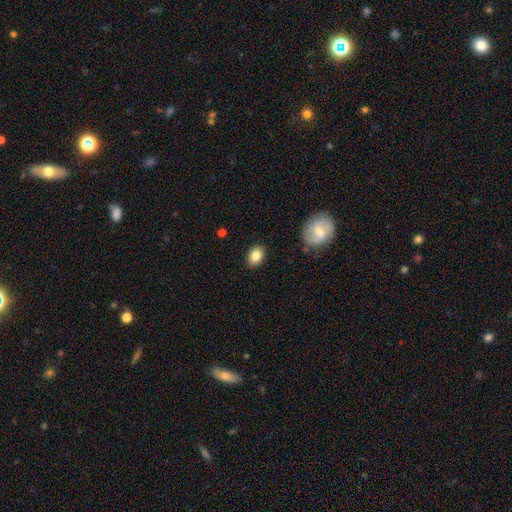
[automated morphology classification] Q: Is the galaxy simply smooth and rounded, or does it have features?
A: smooth — 83%.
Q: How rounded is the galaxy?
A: in between — 79%.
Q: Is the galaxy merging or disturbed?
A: none — 87%.